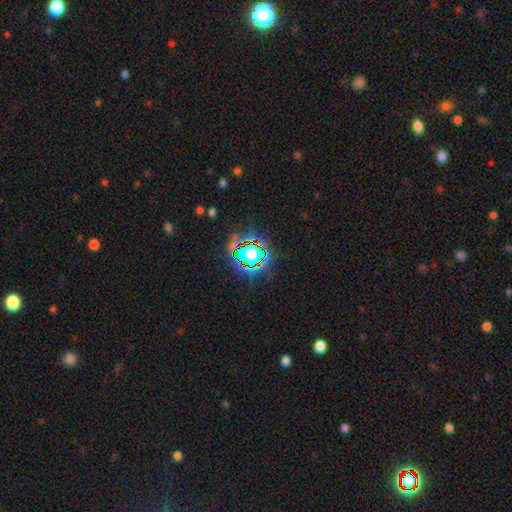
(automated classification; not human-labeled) The model was most divided on "smooth or featured": star or artifact: 65%, smooth: 22%, featured or disk: 14%.